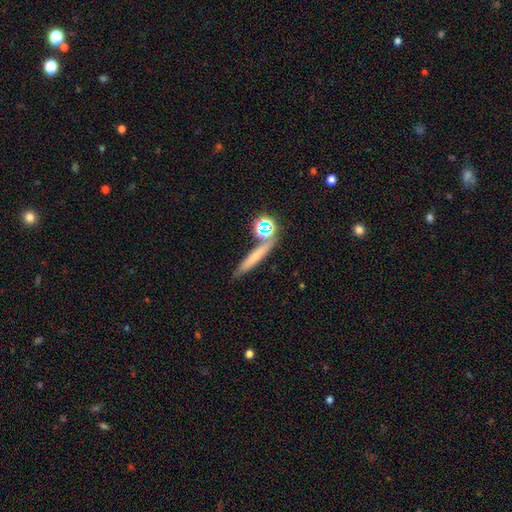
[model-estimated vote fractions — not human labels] Smooth or featured? Predicted: smooth (p=0.58). How rounded? Predicted: cigar-shaped (p=0.80). Merging? Predicted: none (p=0.75).